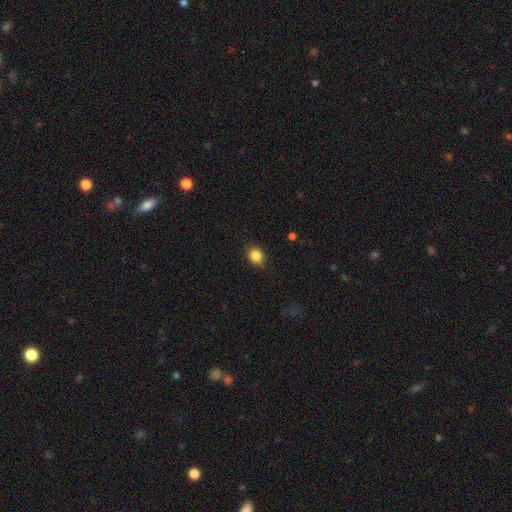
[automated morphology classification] Smooth or featured?
  - smooth: 85% *
  - star or artifact: 10%
  - featured or disk: 5%
How rounded?
  - round: 75% *
  - in between: 24%
  - cigar-shaped: 1%
Merging?
  - none: 79% *
  - minor disturbance: 16%
  - major disturbance: 3%
  - merger: 1%